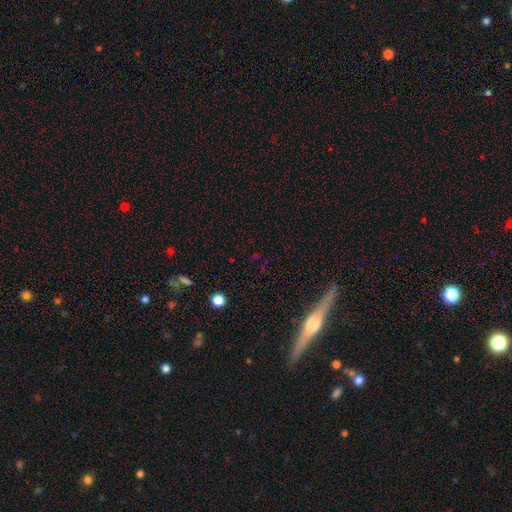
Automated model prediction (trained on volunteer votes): Overall: star or artifact (63%; smooth 28%).